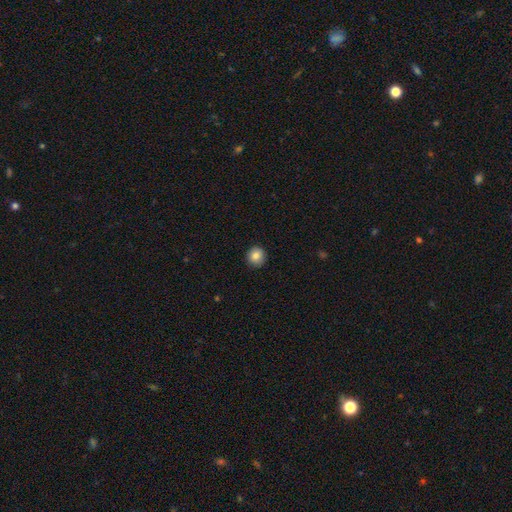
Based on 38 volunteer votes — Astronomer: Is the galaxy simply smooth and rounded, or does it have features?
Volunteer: smooth — 82%.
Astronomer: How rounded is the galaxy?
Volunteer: round — 97%.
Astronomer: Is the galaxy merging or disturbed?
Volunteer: none — 83%.